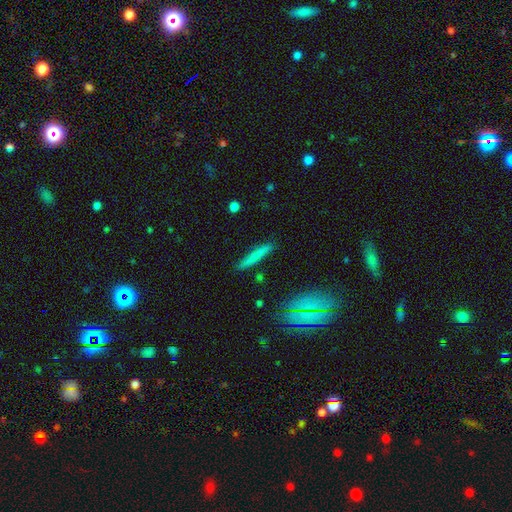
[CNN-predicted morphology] smooth-or-featured: smooth: 73% | featured or disk: 21% | star or artifact: 7%
  how-rounded: cigar-shaped: 94% | in between: 4% | round: 2%
  merging: none: 87% | minor disturbance: 9% | merger: 2% | major disturbance: 2%